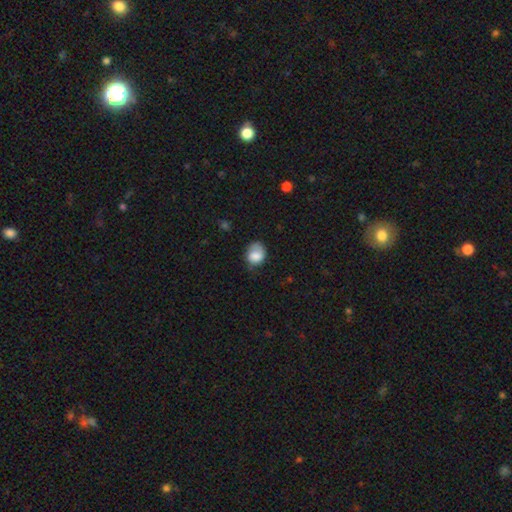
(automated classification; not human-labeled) smooth 80%, featured or disk 13%, star or artifact 8%. Down the decision tree: how rounded — round (52%); merging — none (46%).